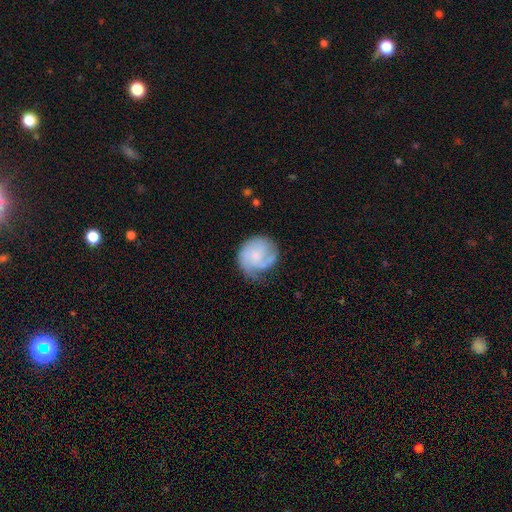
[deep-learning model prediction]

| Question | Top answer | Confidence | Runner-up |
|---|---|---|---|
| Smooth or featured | featured or disk | 56% | smooth (37%) |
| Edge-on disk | no | 98% | yes (2%) |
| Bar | no | 72% | weak (25%) |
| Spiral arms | yes | 85% | no (15%) |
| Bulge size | small | 61% | moderate (21%) |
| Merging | none | 51% | minor disturbance (30%) |